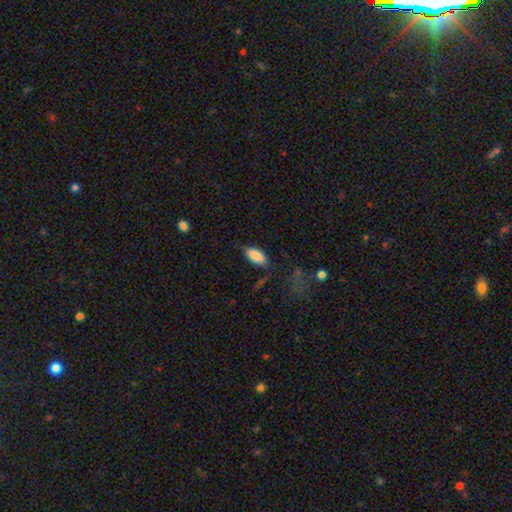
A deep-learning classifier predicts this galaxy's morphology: smooth_or_featured: smooth (p=0.86) [alt: featured or disk p=0.07]
how_rounded: in between (p=0.92) [alt: cigar-shaped p=0.06]
merging: none (p=0.70) [alt: minor disturbance p=0.21]